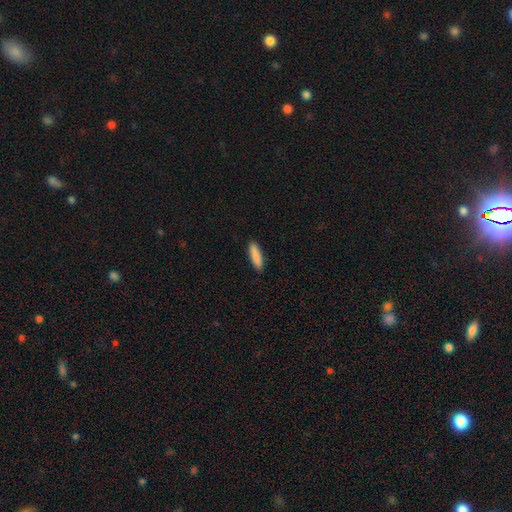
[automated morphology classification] This is clearly a smooth galaxy (89%). How rounded: likely cigar-shaped (72%). Merging: clearly none (91%).